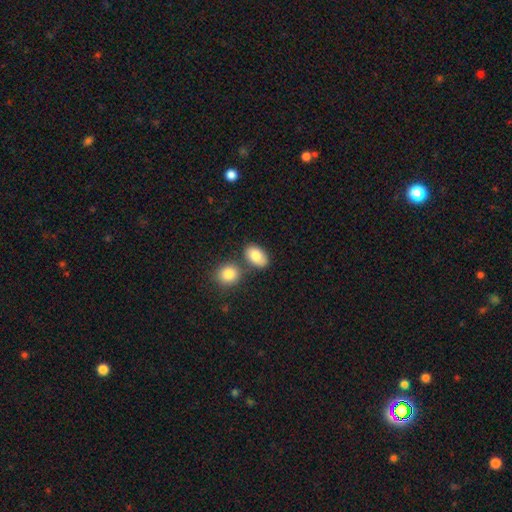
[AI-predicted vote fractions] A smooth galaxy with no disk features (83%) that is in between round and cigar-shaped (88%).

Vote fractions:
- Smooth or featured? smooth: 83% / featured or disk: 9% / star or artifact: 7%
- How rounded? in between: 88% / round: 10% / cigar-shaped: 2%
- Merging? none: 65% / merger: 21% / minor disturbance: 11% / major disturbance: 3%